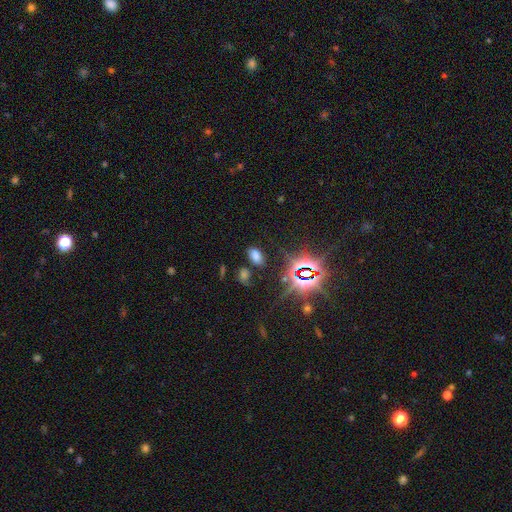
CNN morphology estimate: Smooth or featured? smooth (60%)
How rounded? in between (92%)
Merging? none (78%)